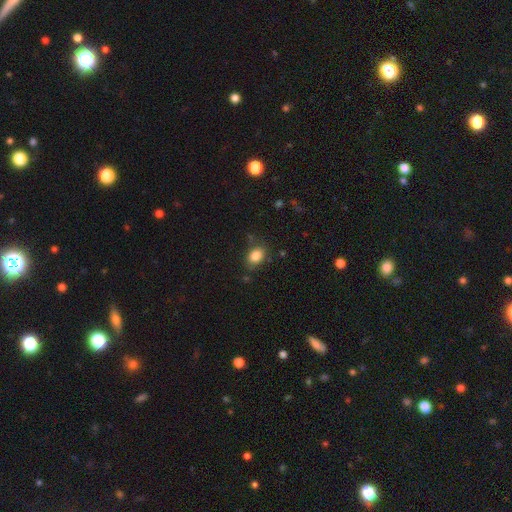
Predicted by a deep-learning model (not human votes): Smooth or featured? smooth (84%)
How rounded? in between (71%)
Merging? none (79%)